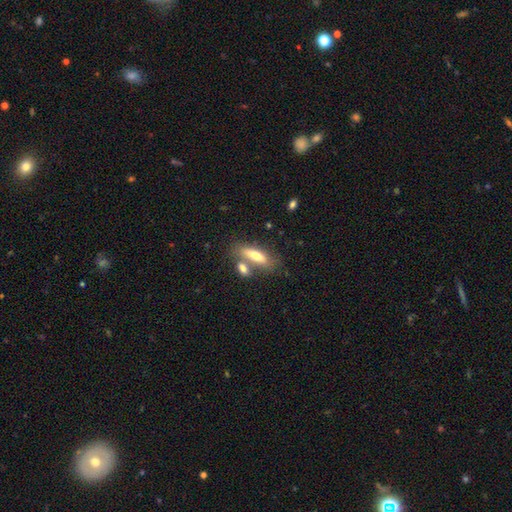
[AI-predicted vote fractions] Q: Smooth or featured?
A: smooth (63%); runner-up: featured or disk (31%)
Q: How rounded?
A: cigar-shaped (50%); runner-up: in between (48%)
Q: Merging?
A: none (53%); runner-up: merger (30%)